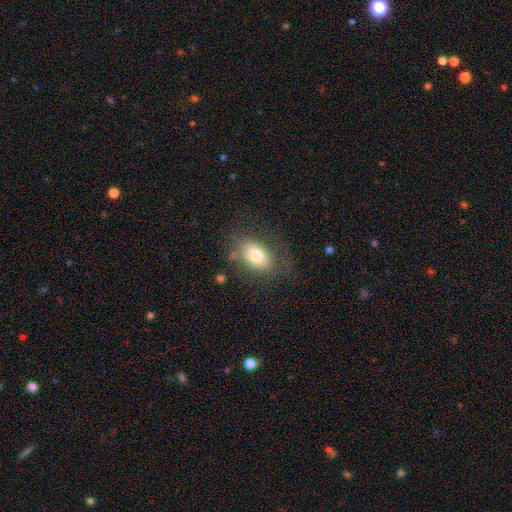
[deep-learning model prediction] Smooth or featured? Predicted: smooth (p=0.76). How rounded? Predicted: in between (p=0.83). Merging? Predicted: none (p=0.69).